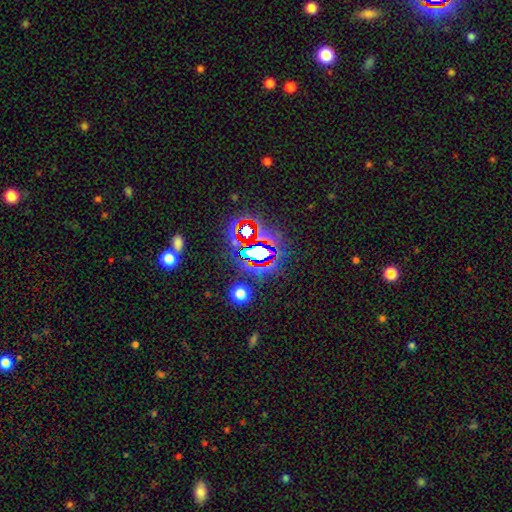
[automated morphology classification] Overall: star or artifact (68%).